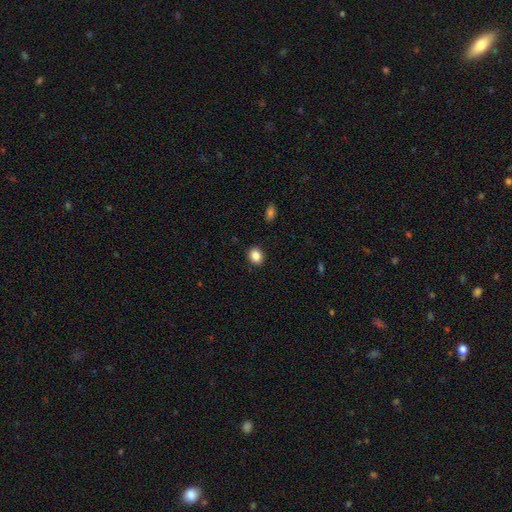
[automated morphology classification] A smooth galaxy with no disk features (86%) that is round (61%). Merging: none (91%).